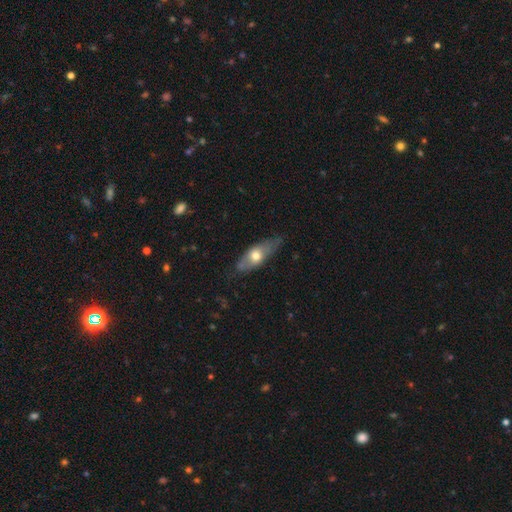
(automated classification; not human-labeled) smooth-or-featured: smooth: 52% | featured or disk: 42% | star or artifact: 6%
  how-rounded: in between: 63% | cigar-shaped: 33% | round: 4%
  merging: none: 67% | minor disturbance: 25% | major disturbance: 6% | merger: 2%